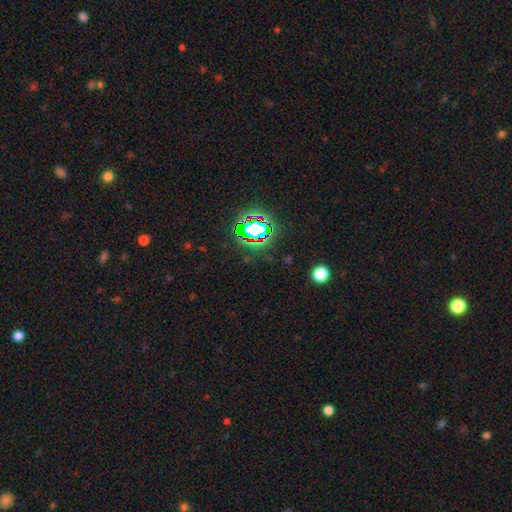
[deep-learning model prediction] Overall: star or artifact (79%).